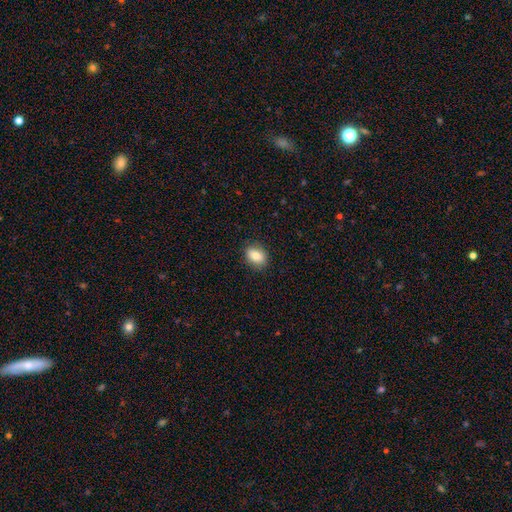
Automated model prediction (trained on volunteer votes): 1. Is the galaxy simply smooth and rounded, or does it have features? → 84% smooth, 8% featured or disk, 8% star or artifact.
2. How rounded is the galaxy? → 76% in between, 23% round, 2% cigar-shaped.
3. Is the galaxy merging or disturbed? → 86% none, 10% minor disturbance, 3% major disturbance, 1% merger.